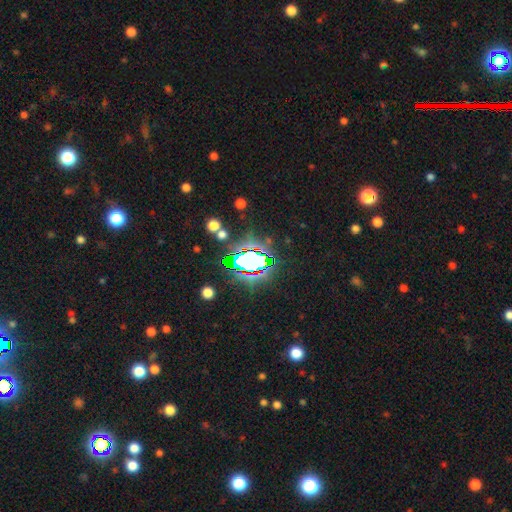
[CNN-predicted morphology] This is likely a star or artifact rather than a galaxy (72%).